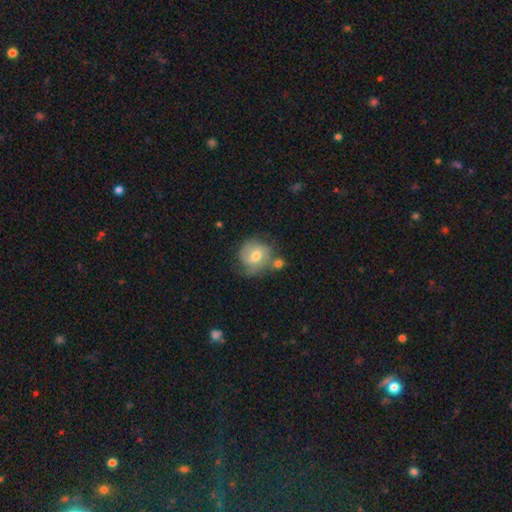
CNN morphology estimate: Smooth or featured? smooth (50%)
How rounded? round (76%)
Merging? none (48%)